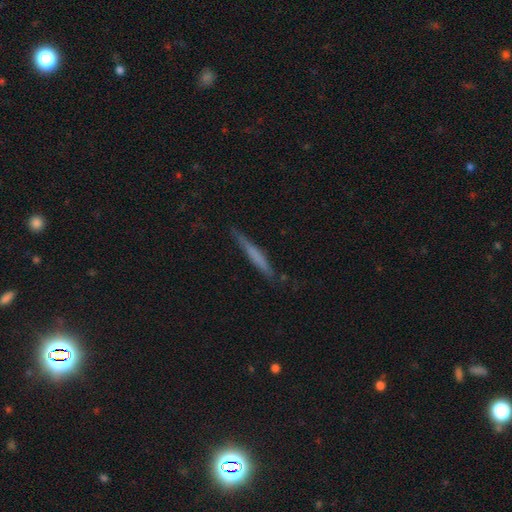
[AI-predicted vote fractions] Smooth or featured? smooth (53%)
How rounded? cigar-shaped (96%)
Merging? none (80%)